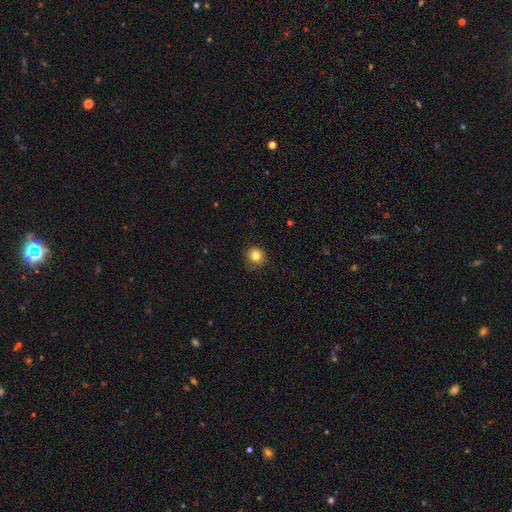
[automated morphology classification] smooth-or-featured: smooth: 82% | star or artifact: 11% | featured or disk: 7%
  how-rounded: round: 90% | in between: 9% | cigar-shaped: 1%
  merging: none: 83% | minor disturbance: 13% | major disturbance: 3% | merger: 1%